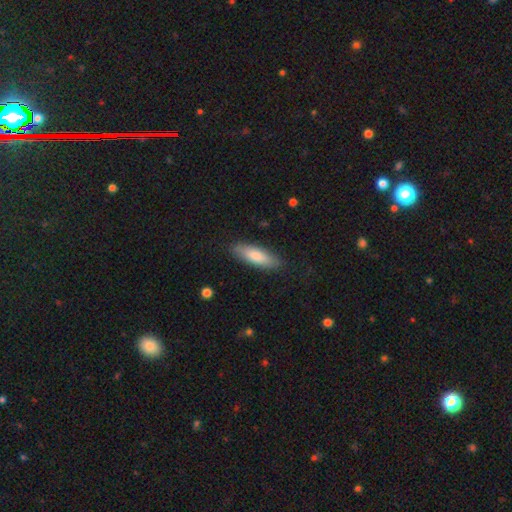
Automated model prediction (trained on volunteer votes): Overall: smooth (77%). How rounded: cigar-shaped (51%; in between 47%). Merging: none (86%).